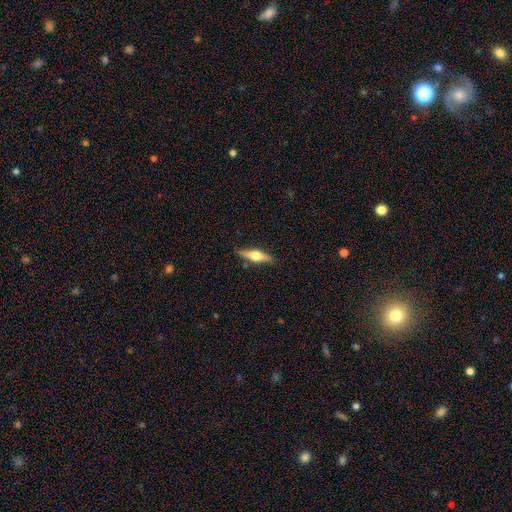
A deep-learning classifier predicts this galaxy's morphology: A featured or disk galaxy (52%) viewed edge-on (94%).

Vote fractions:
- Smooth or featured? featured or disk: 52% / smooth: 42% / star or artifact: 6%
- Edge-on disk? yes: 94% / no: 6%
- Merging? none: 86% / minor disturbance: 11% / major disturbance: 2% / merger: 2%